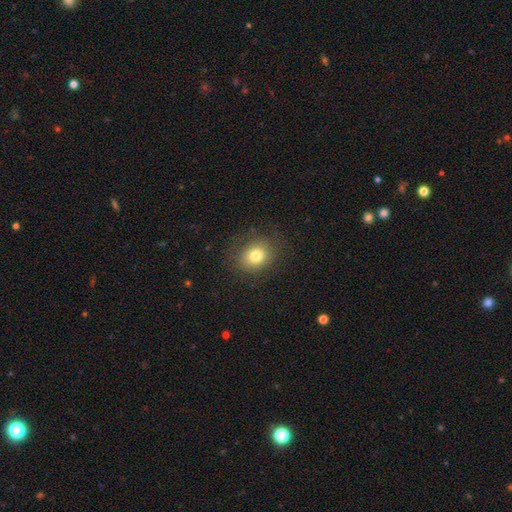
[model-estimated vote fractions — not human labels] Overall: smooth (78%). How rounded: round (62%; in between 37%). Merging: none (83%).